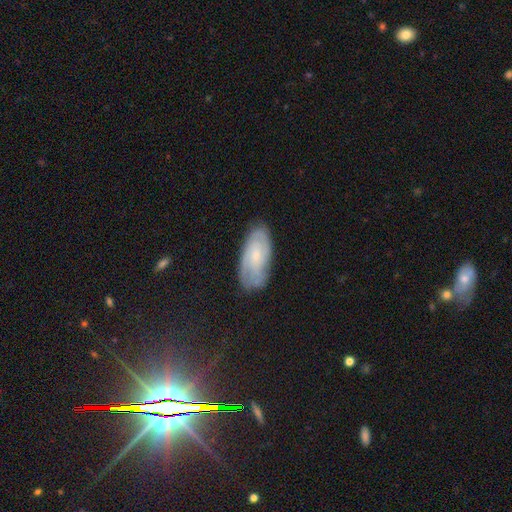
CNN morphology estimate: The model was most divided on "smooth or featured": featured or disk: 62%, smooth: 31%, star or artifact: 7%. More confident: edge-on disk — no (92%); spiral arms — yes (86%); merging — none (76%); bulge size — small (74%); bar — no (68%).